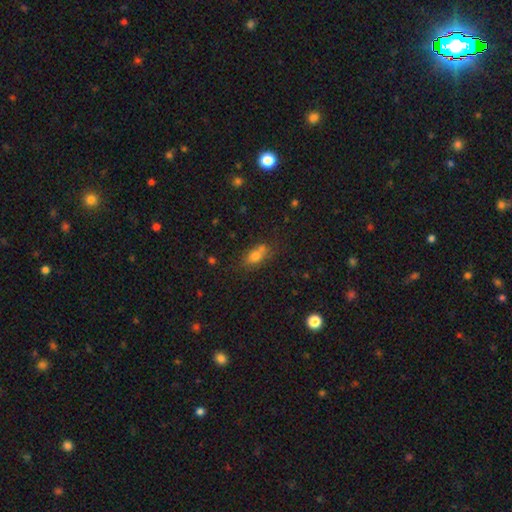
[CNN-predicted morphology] This appears to be a smooth galaxy with no disk features (72%) that is in between round and cigar-shaped (72%). Merging: none (50%).